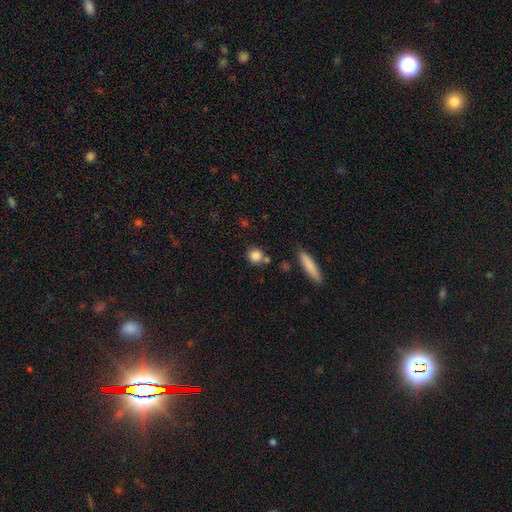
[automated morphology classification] Smooth or featured? smooth (83%)
How rounded? round (84%)
Merging? none (72%)